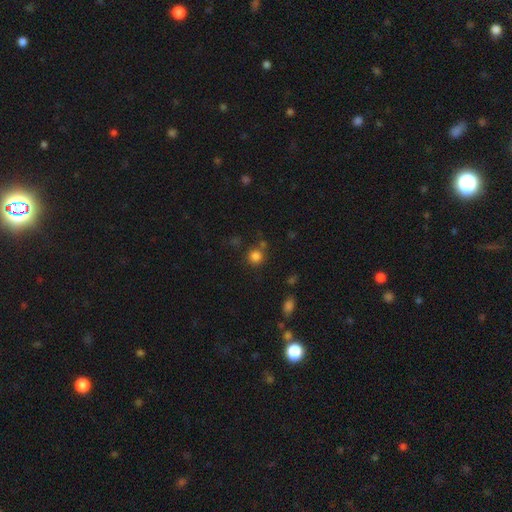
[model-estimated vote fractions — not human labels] Q: Smooth or featured?
A: smooth (82%); runner-up: star or artifact (14%)
Q: How rounded?
A: round (91%); runner-up: in between (8%)
Q: Merging?
A: none (74%); runner-up: merger (11%)